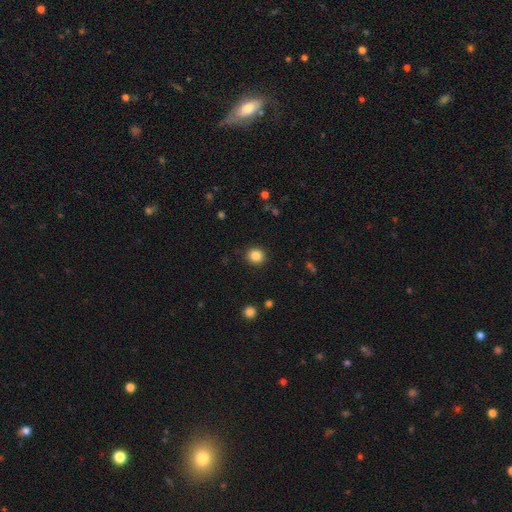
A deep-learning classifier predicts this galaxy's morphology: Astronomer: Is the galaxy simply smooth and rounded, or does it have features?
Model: smooth — 85%.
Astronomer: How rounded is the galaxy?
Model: round — 89%.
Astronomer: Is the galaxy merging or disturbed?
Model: none — 91%.